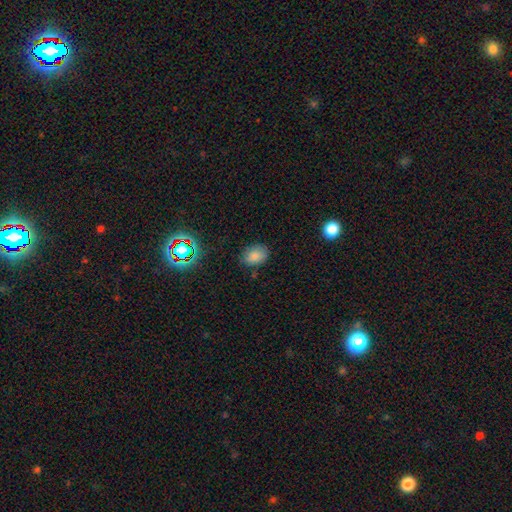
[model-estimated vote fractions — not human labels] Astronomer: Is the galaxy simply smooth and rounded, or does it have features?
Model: smooth — 81%.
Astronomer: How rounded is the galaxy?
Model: in between — 74%.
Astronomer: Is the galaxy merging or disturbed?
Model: none — 79%.